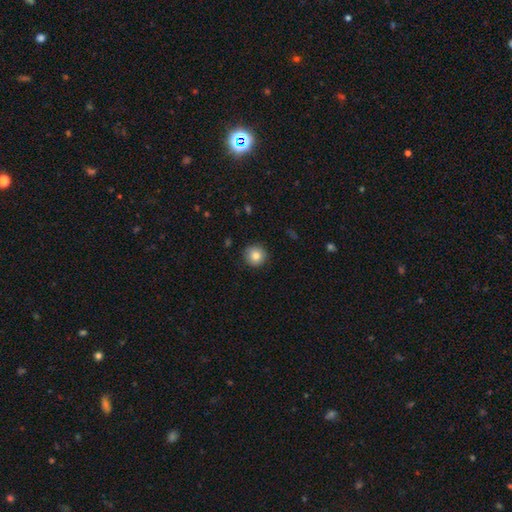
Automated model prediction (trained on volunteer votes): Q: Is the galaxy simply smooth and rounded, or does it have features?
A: smooth — 83%.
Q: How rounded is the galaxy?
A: round — 94%.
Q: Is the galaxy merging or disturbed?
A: none — 89%.